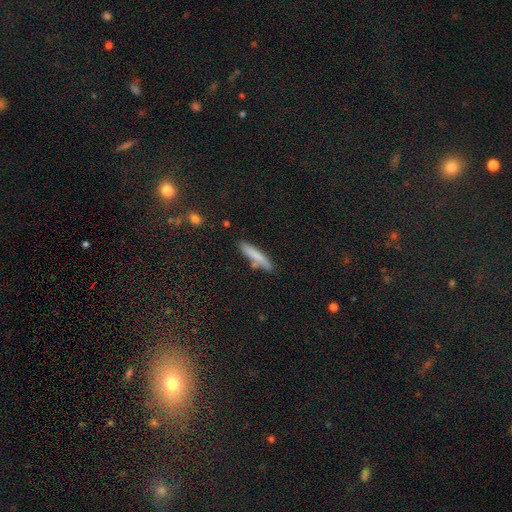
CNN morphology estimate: Overall: smooth (77%). How rounded: cigar-shaped (90%). Merging: none (77%).